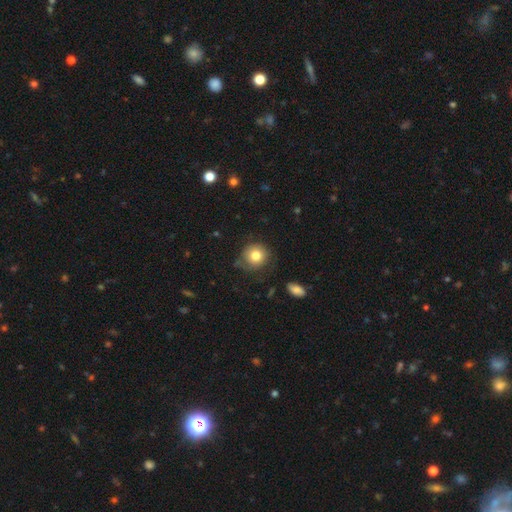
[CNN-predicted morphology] smooth-or-featured: smooth: 81% | star or artifact: 10% | featured or disk: 10%
  how-rounded: round: 90% | in between: 9% | cigar-shaped: 1%
  merging: none: 77% | minor disturbance: 16% | major disturbance: 4% | merger: 2%